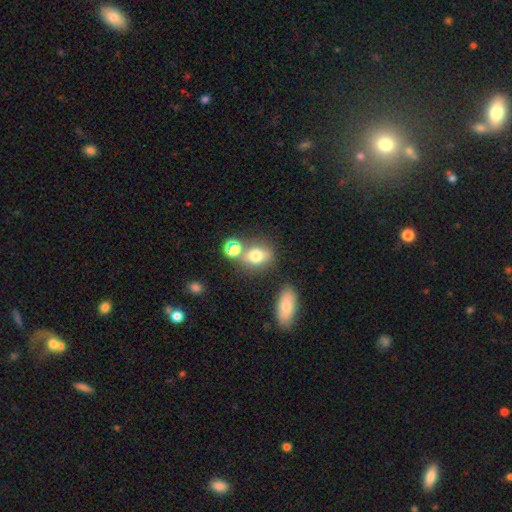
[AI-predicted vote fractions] Smooth or featured?
  - smooth: 69% *
  - featured or disk: 16%
  - star or artifact: 15%
How rounded?
  - in between: 56% *
  - round: 41%
  - cigar-shaped: 3%
Merging?
  - none: 58% *
  - merger: 21%
  - minor disturbance: 14%
  - major disturbance: 6%